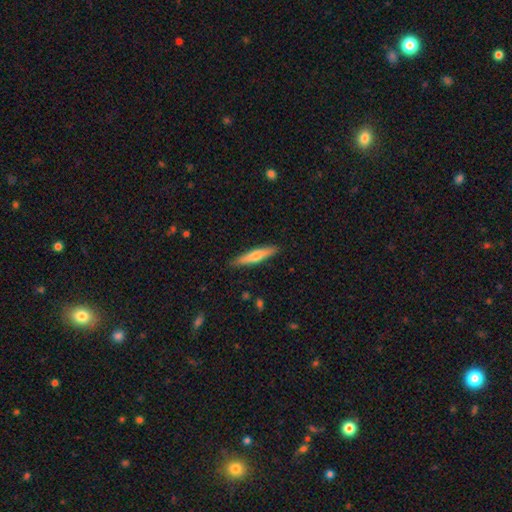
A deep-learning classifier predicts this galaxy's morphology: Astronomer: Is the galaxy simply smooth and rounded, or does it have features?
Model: smooth — 54% (runner-up: featured or disk, 40%).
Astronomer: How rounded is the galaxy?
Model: cigar-shaped — 89%.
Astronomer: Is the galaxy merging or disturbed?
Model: none — 89%.